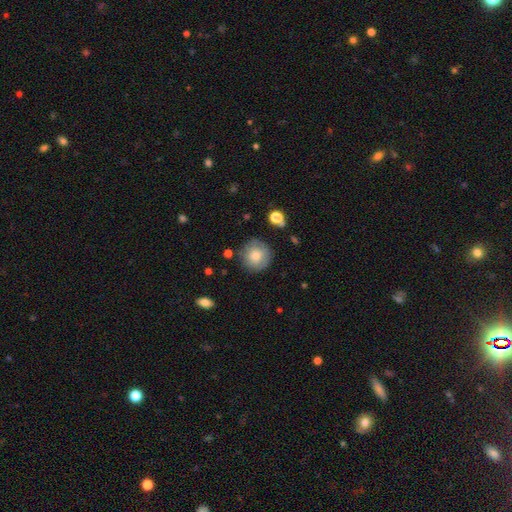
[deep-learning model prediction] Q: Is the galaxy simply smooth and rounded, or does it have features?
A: smooth — 74%.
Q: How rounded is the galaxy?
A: round — 93%.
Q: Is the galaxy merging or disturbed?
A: none — 79%.